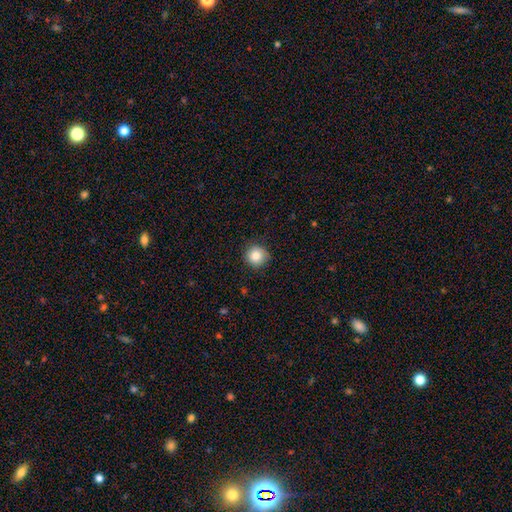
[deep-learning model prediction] Smooth or featured? Predicted: smooth (p=0.85). How rounded? Predicted: round (p=0.93). Merging? Predicted: none (p=0.87).